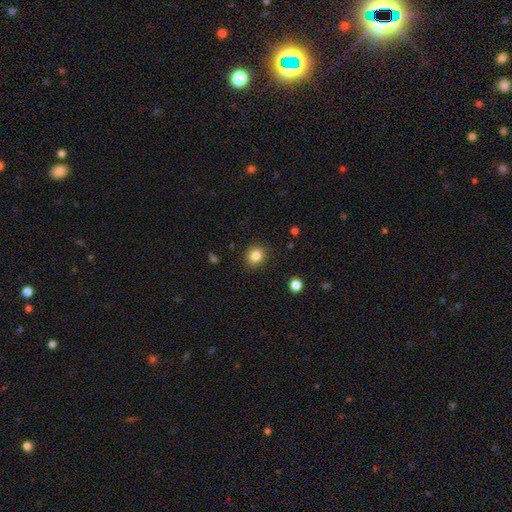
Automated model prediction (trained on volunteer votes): Smooth or featured: smooth — 83% (star or artifact — 11%)
How rounded: round — 81% (in between — 18%)
Merging: none — 88% (minor disturbance — 8%)